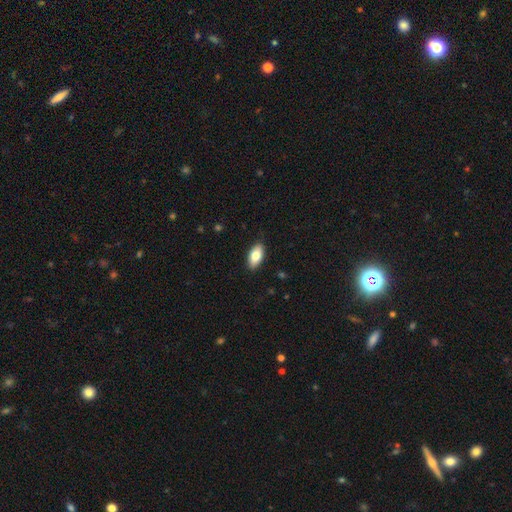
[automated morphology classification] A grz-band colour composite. It shows a smooth galaxy with no disk features (80%) that is in between round and cigar-shaped (92%). Merging: none (88%).